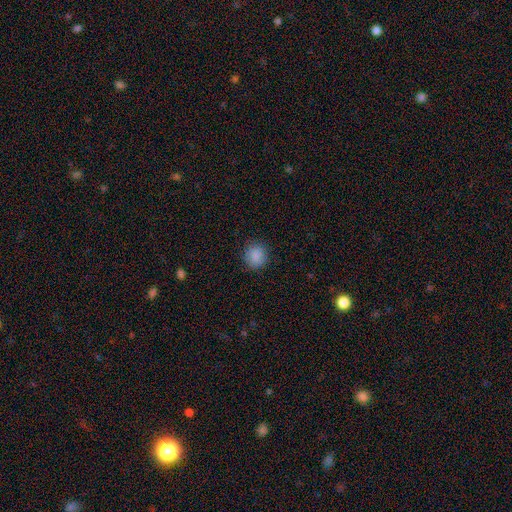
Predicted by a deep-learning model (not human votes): smooth 87%, star or artifact 9%, featured or disk 4%. Down the decision tree: how rounded — round (87%); merging — none (87%).